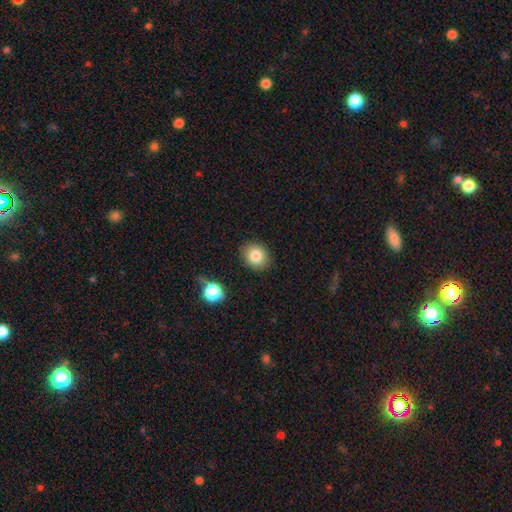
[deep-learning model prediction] Overall: smooth (82%). How rounded: round (60%; in between 39%). Merging: none (87%).